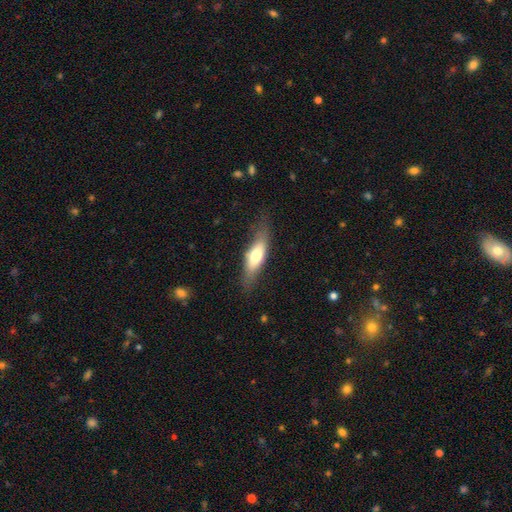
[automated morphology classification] Smooth or featured?
  - smooth: 64% *
  - featured or disk: 30%
  - star or artifact: 6%
How rounded?
  - in between: 51% *
  - cigar-shaped: 47%
  - round: 2%
Merging?
  - none: 71% *
  - minor disturbance: 20%
  - major disturbance: 7%
  - merger: 1%